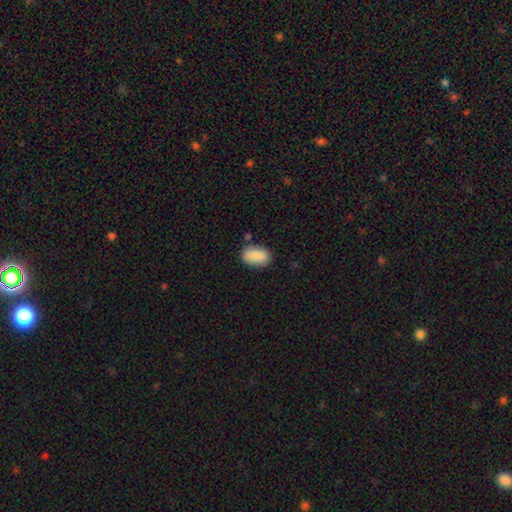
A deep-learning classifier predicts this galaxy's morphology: Smooth or featured: smooth — 88% (star or artifact — 7%)
How rounded: in between — 91% (round — 7%)
Merging: none — 78% (minor disturbance — 15%)